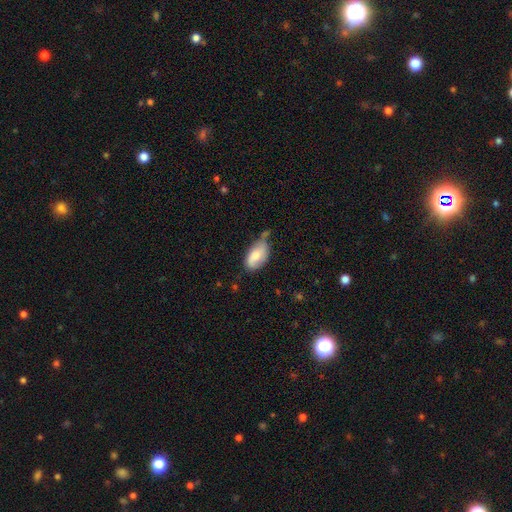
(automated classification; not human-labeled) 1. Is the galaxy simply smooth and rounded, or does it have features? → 75% smooth, 19% featured or disk, 7% star or artifact.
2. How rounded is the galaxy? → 94% in between, 4% round, 2% cigar-shaped.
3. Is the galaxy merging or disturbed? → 41% none, 37% minor disturbance, 11% merger, 11% major disturbance.